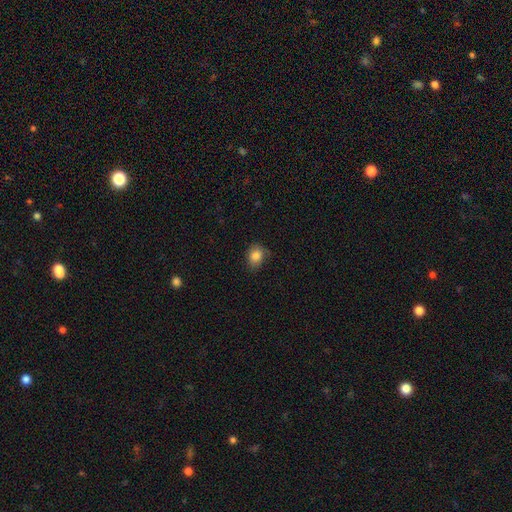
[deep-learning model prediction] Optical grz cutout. It shows a smooth galaxy with no disk features (84%) that is in between round and cigar-shaped (50%). Merging: none (69%).